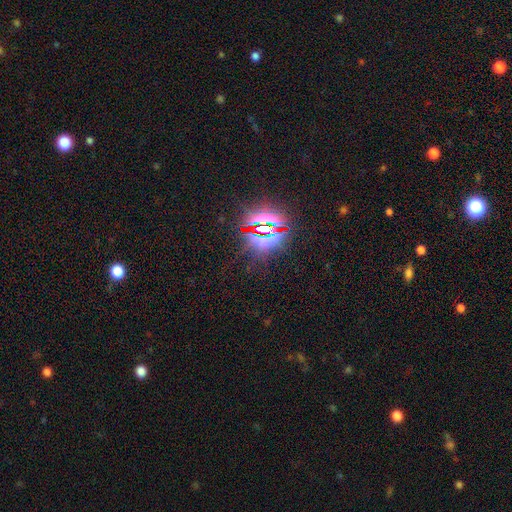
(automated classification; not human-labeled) A star or artifact, not a galaxy (83%).

Vote fractions:
- Smooth or featured? star or artifact: 83% / smooth: 10% / featured or disk: 7%